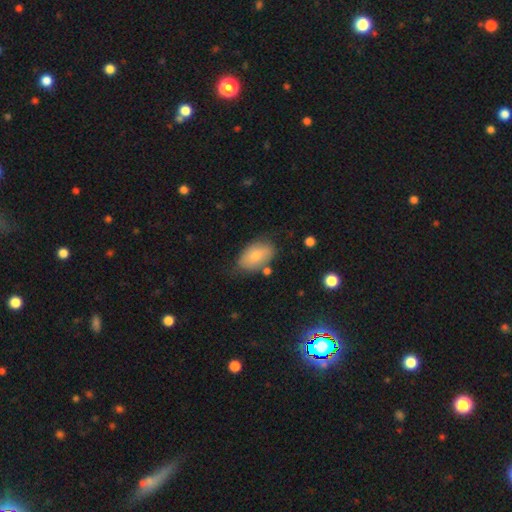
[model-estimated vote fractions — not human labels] A smooth galaxy with no disk features (77%) that is in between round and cigar-shaped (91%).

Vote fractions:
- Smooth or featured? smooth: 77% / featured or disk: 17% / star or artifact: 7%
- How rounded? in between: 91% / round: 7% / cigar-shaped: 2%
- Merging? none: 71% / minor disturbance: 19% / merger: 5% / major disturbance: 5%